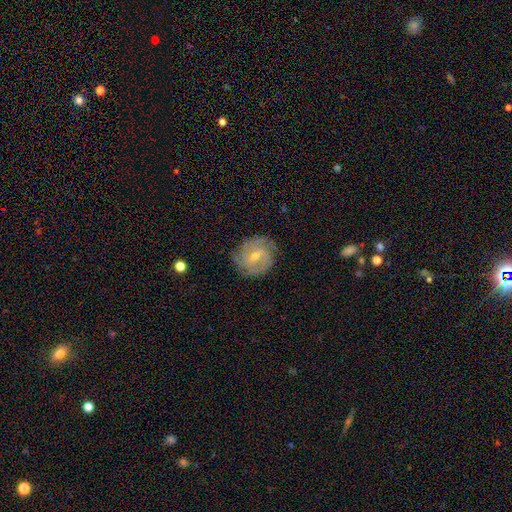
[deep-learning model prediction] featured or disk 83%, smooth 11%, star or artifact 7%. Down the decision tree: edge-on disk — no (97%); bar — weak (45%); spiral arms — yes (96%); spiral arm count — 3 (26%); spiral winding — tight (63%); bulge size — small (54%); merging — none (81%).